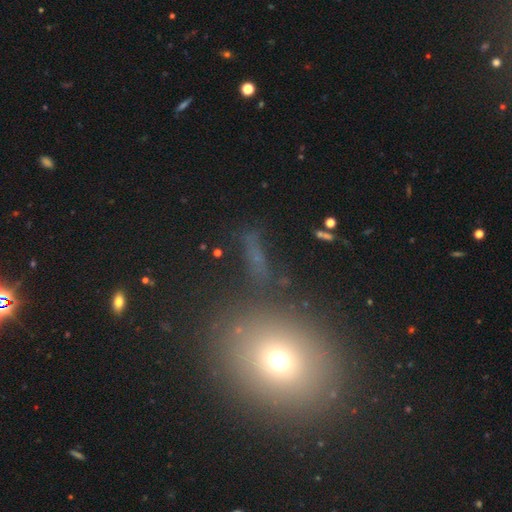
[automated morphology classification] Overall: smooth (42%; star or artifact 38%). Merging: none (76%).